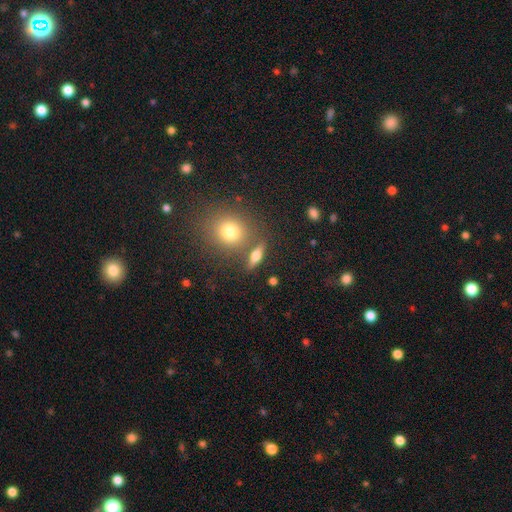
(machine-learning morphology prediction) smooth-or-featured: smooth: 58% | featured or disk: 30% | star or artifact: 12%
  how-rounded: in between: 44% | cigar-shaped: 34% | round: 21%
  merging: none: 75% | merger: 10% | minor disturbance: 10% | major disturbance: 5%